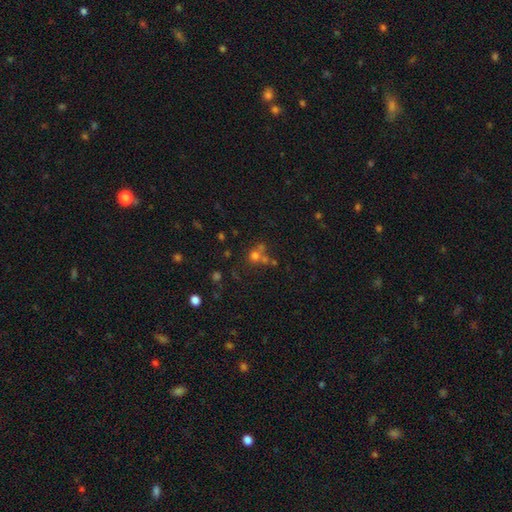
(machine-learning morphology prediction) Smooth or featured?
  - smooth: 60% *
  - star or artifact: 25%
  - featured or disk: 15%
How rounded?
  - round: 86% *
  - in between: 13%
  - cigar-shaped: 1%
Merging?
  - none: 50% *
  - merger: 36%
  - minor disturbance: 9%
  - major disturbance: 6%